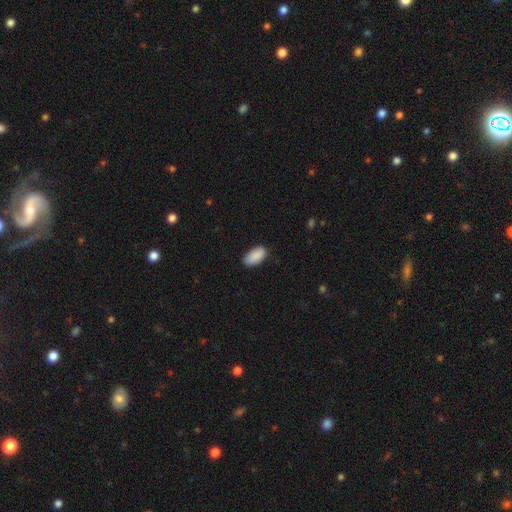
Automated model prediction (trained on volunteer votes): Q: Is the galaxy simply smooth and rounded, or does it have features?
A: smooth — 90%.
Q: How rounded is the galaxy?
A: in between — 95%.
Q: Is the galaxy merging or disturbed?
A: none — 85%.